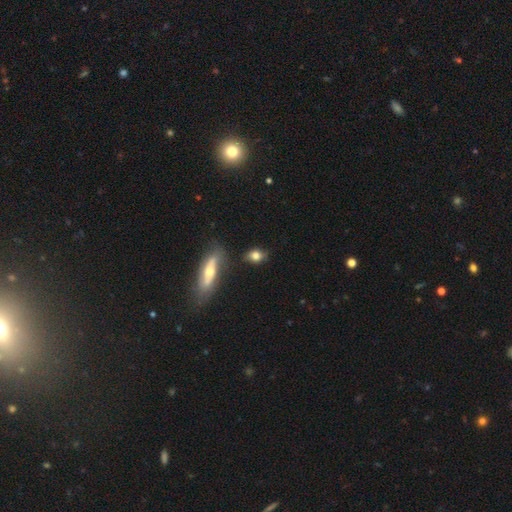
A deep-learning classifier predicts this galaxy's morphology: type=smooth (75%); roundness=in between (60%); merging=none (73%).